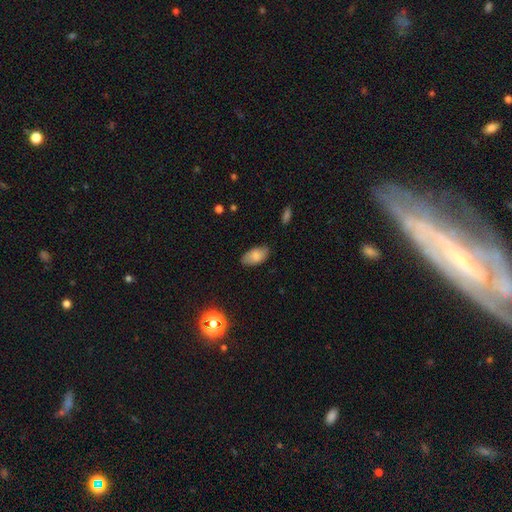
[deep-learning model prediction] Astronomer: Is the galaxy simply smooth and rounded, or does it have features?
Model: smooth — 79%.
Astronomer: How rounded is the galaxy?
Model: in between — 94%.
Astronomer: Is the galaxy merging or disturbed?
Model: none — 78%.